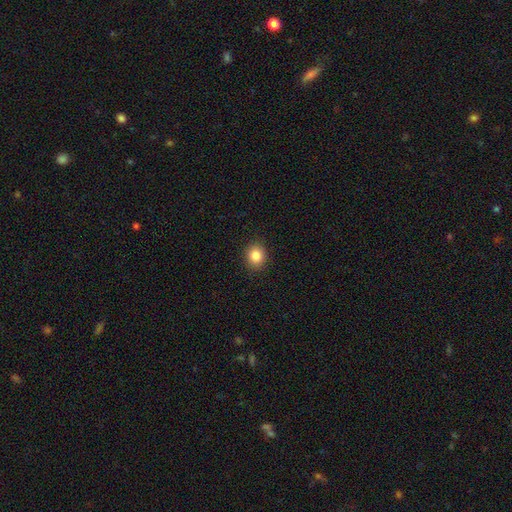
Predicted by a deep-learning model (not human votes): Smooth or featured? smooth (85%)
How rounded? round (72%)
Merging? none (90%)